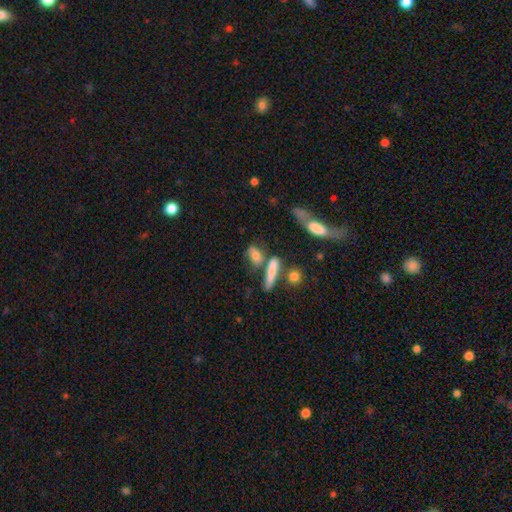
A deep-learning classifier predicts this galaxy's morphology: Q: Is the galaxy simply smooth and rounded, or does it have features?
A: smooth — 68%.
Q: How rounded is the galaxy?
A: in between — 48%.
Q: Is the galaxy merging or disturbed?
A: none — 49%.